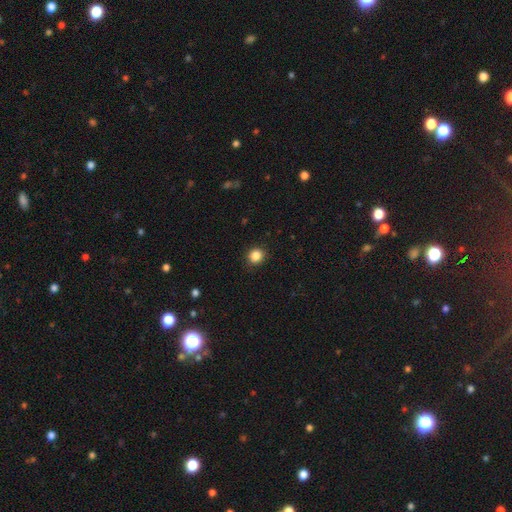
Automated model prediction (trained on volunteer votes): Q: Smooth or featured?
A: smooth (86%); runner-up: star or artifact (11%)
Q: How rounded?
A: round (83%); runner-up: in between (17%)
Q: Merging?
A: none (89%); runner-up: minor disturbance (8%)